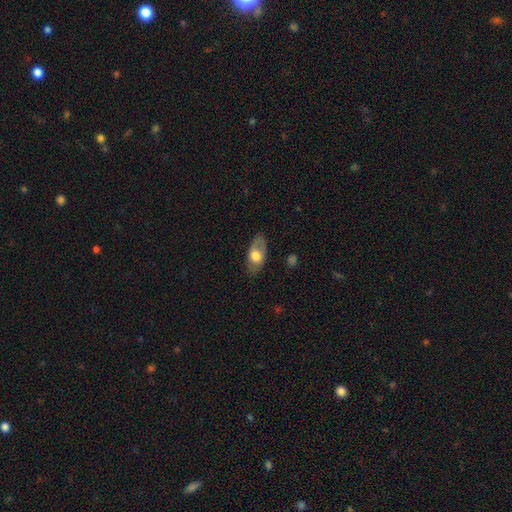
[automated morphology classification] A smooth galaxy with no disk features (60%) that is in between round and cigar-shaped (89%). Merging: none (77%).